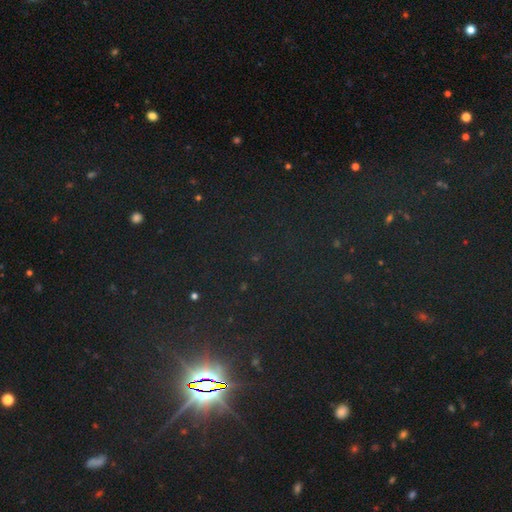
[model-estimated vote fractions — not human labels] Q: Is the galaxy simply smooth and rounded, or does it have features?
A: star or artifact — 82%.